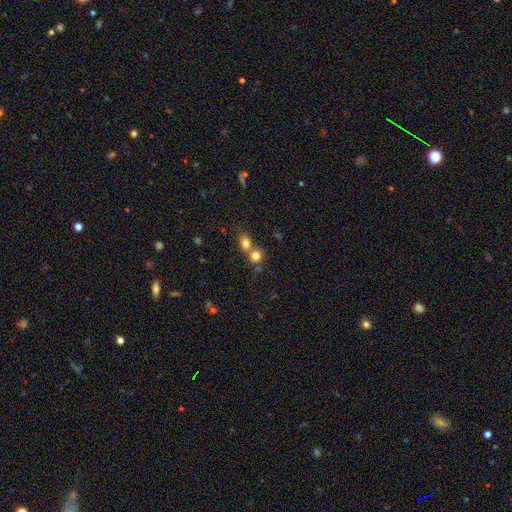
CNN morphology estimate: smooth_or_featured: smooth (p=0.78) [alt: star or artifact p=0.13]
how_rounded: round (p=0.81) [alt: in between p=0.18]
merging: merger (p=0.50) [alt: none p=0.42]